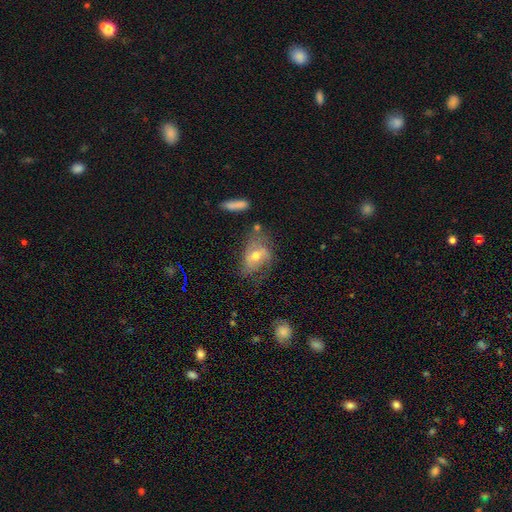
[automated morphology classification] type=featured or disk (62%); edge-on=no (93%); bar=weak (43%); spiral arms=yes (77%); bulge=moderate (69%); merging=none (46%).